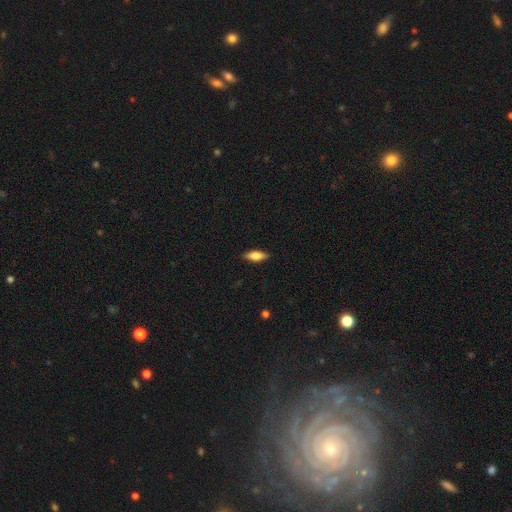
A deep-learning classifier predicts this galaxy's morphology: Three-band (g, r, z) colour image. It shows a smooth galaxy with no disk features (72%) that is in between round and cigar-shaped (66%). Merging: none (88%).